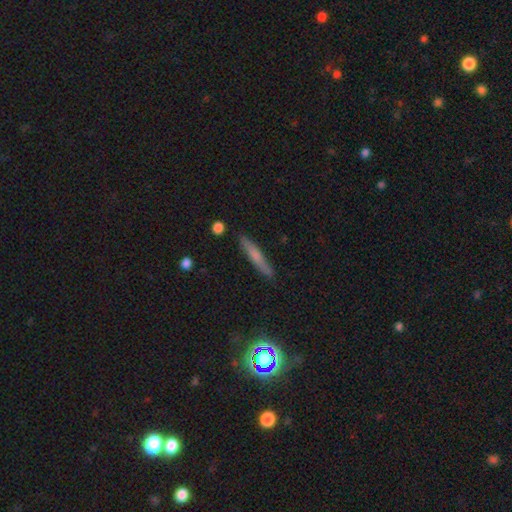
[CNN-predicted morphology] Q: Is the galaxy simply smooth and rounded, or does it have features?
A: smooth — 60%.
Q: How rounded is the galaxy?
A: cigar-shaped — 92%.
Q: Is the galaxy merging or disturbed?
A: none — 87%.